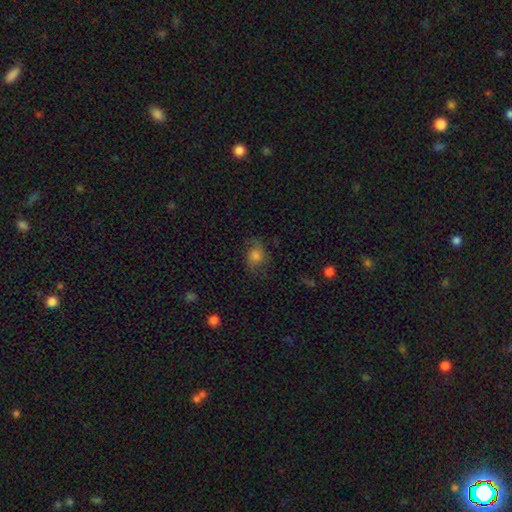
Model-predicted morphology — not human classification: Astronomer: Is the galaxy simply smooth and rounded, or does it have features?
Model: smooth — 63%.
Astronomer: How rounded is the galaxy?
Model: round — 51% (runner-up: in between, 48%).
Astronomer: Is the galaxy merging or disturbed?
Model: none — 61%.